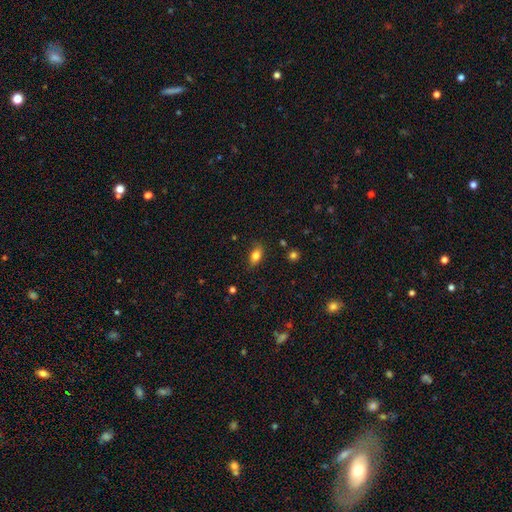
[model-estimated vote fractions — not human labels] smooth-or-featured: smooth: 79% | featured or disk: 12% | star or artifact: 9%
  how-rounded: in between: 83% | round: 10% | cigar-shaped: 7%
  merging: none: 79% | minor disturbance: 16% | major disturbance: 3% | merger: 2%